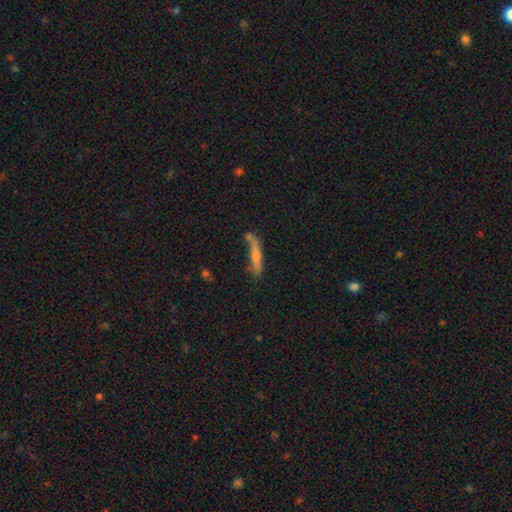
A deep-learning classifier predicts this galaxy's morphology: A featured or disk galaxy (44%). Merging: none (59%).